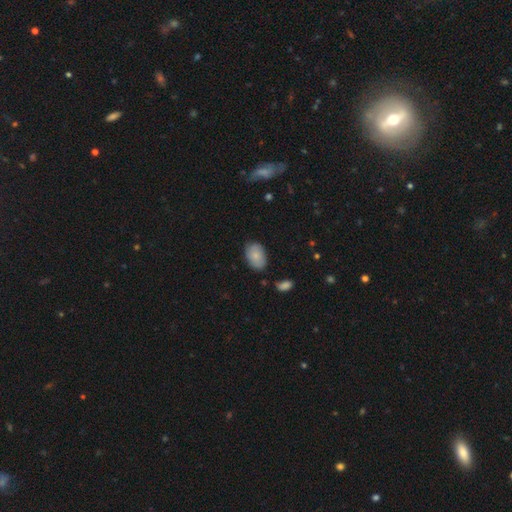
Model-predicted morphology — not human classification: Smooth or featured? Predicted: smooth (p=0.82). How rounded? Predicted: in between (p=0.89). Merging? Predicted: none (p=0.75).